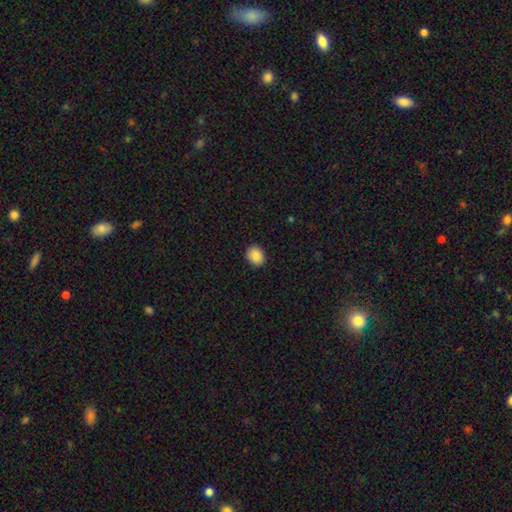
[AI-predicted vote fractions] This appears to be a smooth galaxy with no disk features (88%) that is round (62%). Merging: none (90%).